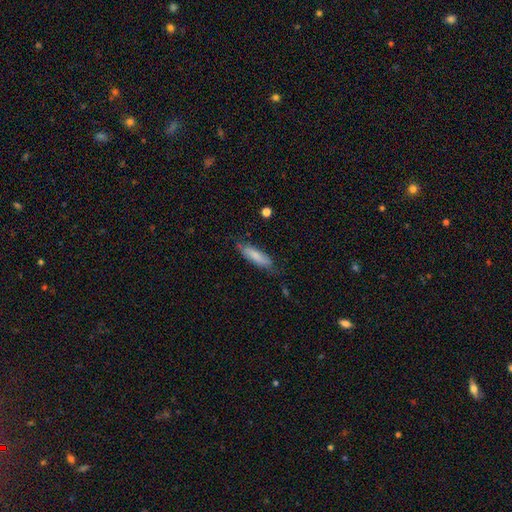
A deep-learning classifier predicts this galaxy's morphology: Smooth or featured? Predicted: smooth (p=0.77). How rounded? Predicted: cigar-shaped (p=0.62). Merging? Predicted: none (p=0.73).